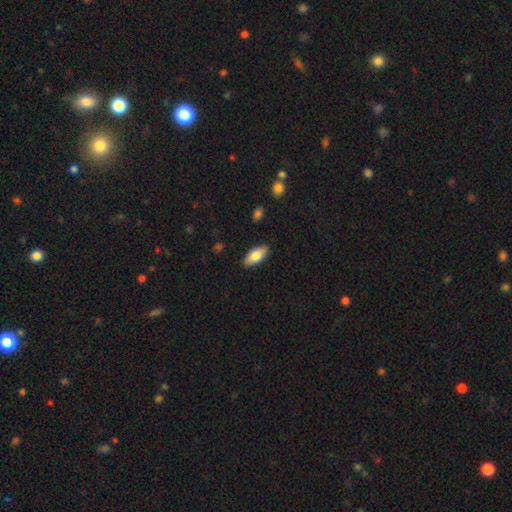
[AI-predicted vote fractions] Smooth or featured: smooth — 81% (featured or disk — 13%)
How rounded: in between — 88% (cigar-shaped — 10%)
Merging: none — 88% (minor disturbance — 9%)